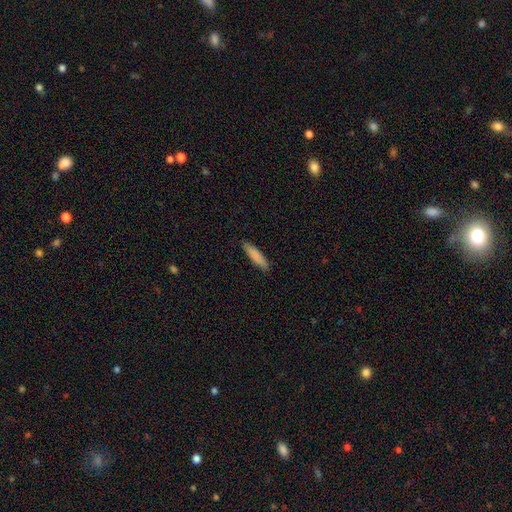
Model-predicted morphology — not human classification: type=smooth (85%); roundness=cigar-shaped (76%); merging=none (88%).